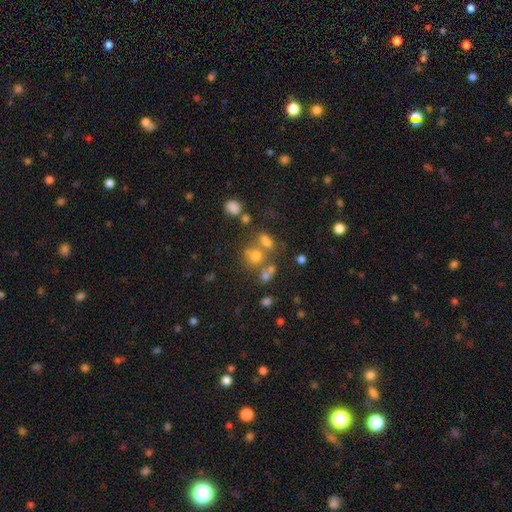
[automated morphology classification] This is possibly a smooth galaxy (60%). How rounded: likely round (71%). Merging: possibly none (47%).